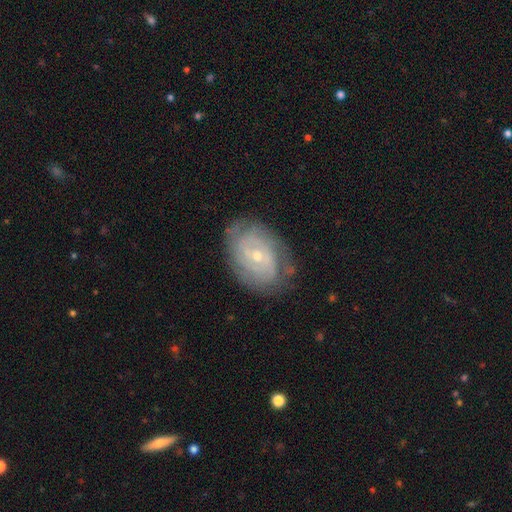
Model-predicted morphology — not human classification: smooth_or_featured: featured or disk (p=0.80) [alt: smooth p=0.14]
disk_edge_on: no (p=0.96) [alt: yes p=0.04]
bar: no (p=0.59) [alt: weak p=0.34]
has_spiral_arms: yes (p=0.91) [alt: no p=0.09]
spiral_winding: tight (p=0.70) [alt: medium p=0.24]
spiral_arm_count: can't tell (p=0.41) [alt: 2 p=0.30]
bulge_size: small (p=0.63) [alt: moderate p=0.34]
merging: none (p=0.77) [alt: minor disturbance p=0.17]